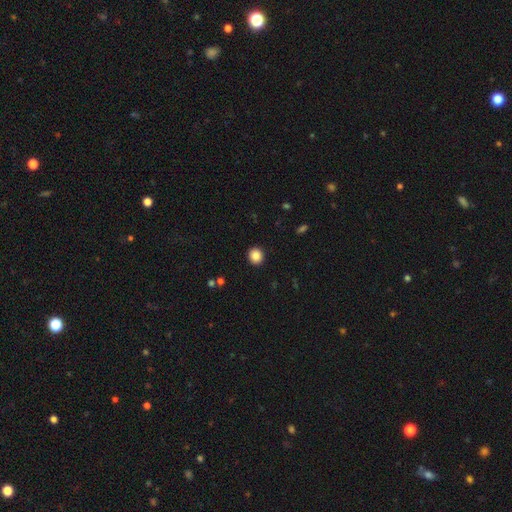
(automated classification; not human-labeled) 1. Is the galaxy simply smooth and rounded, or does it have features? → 86% smooth, 10% star or artifact, 4% featured or disk.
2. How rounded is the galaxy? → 89% round, 10% in between, 1% cigar-shaped.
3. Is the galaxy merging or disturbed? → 92% none, 5% minor disturbance, 2% major disturbance, 1% merger.